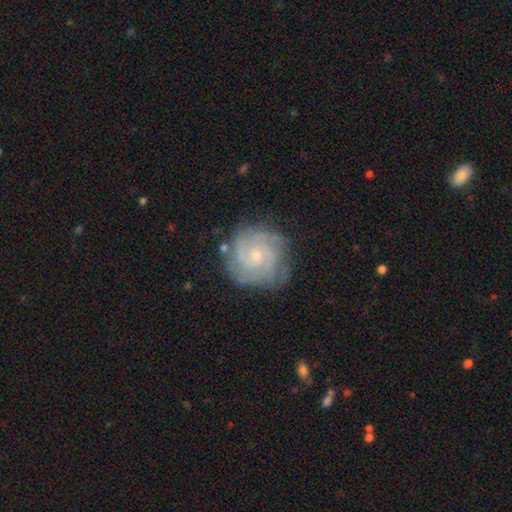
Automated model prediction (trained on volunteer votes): The model was most divided on "spiral arm count": 3: 35%, 2: 25%, can't tell: 17%, 4: 14%, more than 4: 5%, 1: 5%. More confident: edge-on disk — no (98%); spiral arms — yes (97%); smooth or featured — featured or disk (86%); merging — none (77%); bulge size — small (75%); bar — no (73%); spiral winding — tight (70%).